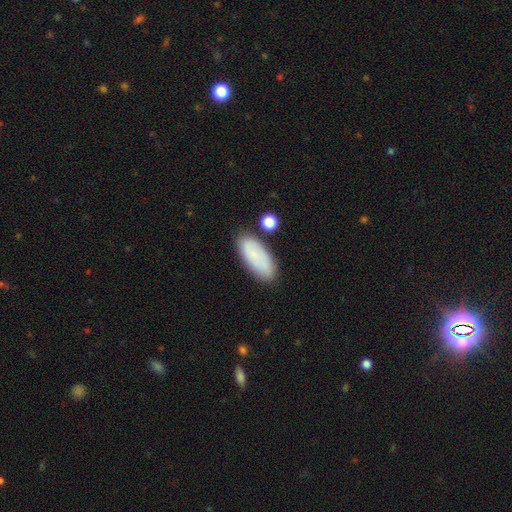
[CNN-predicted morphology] Smooth or featured? smooth (79%)
How rounded? in between (86%)
Merging? none (76%)